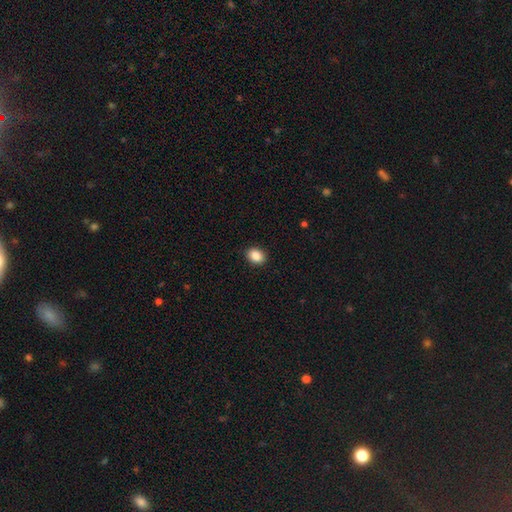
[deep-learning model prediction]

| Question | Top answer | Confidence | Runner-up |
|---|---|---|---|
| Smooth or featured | smooth | 88% | star or artifact (8%) |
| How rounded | in between | 58% | round (41%) |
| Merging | none | 89% | minor disturbance (8%) |